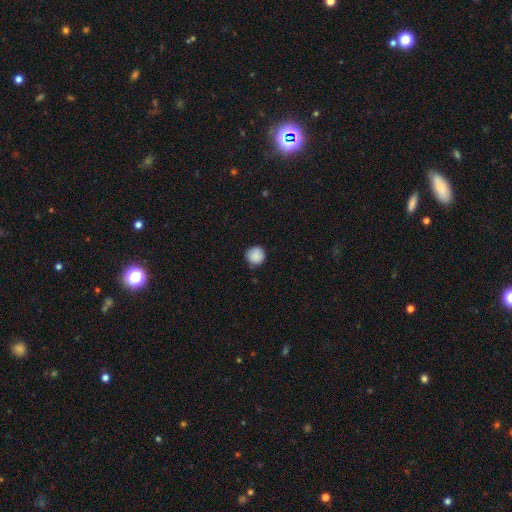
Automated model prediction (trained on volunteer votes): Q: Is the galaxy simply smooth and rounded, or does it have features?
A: smooth — 88%.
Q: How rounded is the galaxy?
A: round — 94%.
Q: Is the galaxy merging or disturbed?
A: none — 86%.